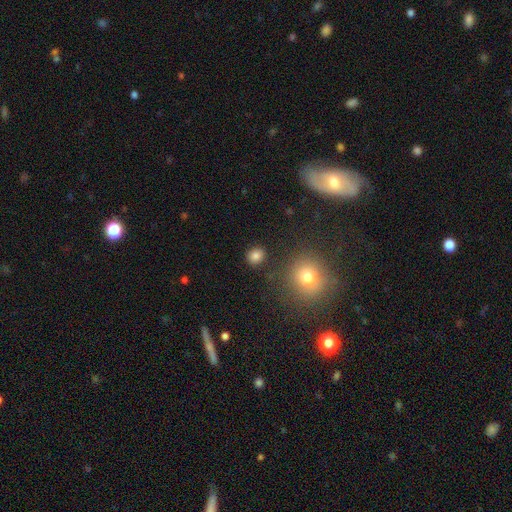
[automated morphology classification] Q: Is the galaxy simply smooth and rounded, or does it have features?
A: smooth — 83%.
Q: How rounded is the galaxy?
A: round — 79%.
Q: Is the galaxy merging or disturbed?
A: none — 86%.